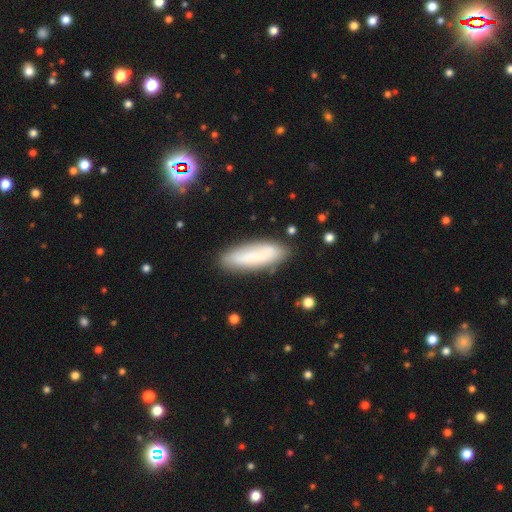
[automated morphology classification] smooth-or-featured: smooth: 74% | featured or disk: 18% | star or artifact: 8%
  how-rounded: cigar-shaped: 52% | in between: 47% | round: 2%
  merging: none: 81% | minor disturbance: 14% | major disturbance: 3% | merger: 2%